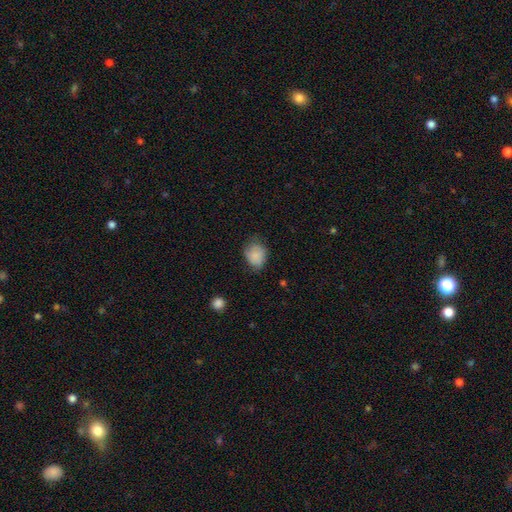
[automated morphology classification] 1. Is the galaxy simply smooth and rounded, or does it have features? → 83% smooth, 9% featured or disk, 8% star or artifact.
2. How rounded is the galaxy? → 53% round, 46% in between, 1% cigar-shaped.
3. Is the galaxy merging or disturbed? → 58% none, 32% minor disturbance, 8% major disturbance, 1% merger.